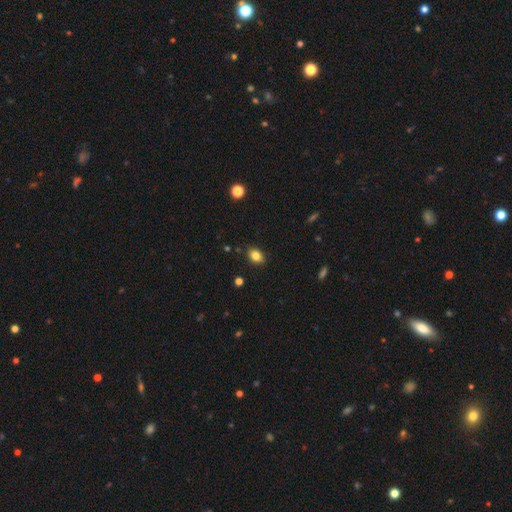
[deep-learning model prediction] A smooth galaxy with no disk features (83%) that is in between round and cigar-shaped (74%).

Vote fractions:
- Smooth or featured? smooth: 83% / star or artifact: 10% / featured or disk: 7%
- How rounded? in between: 74% / round: 24% / cigar-shaped: 2%
- Merging? none: 85% / minor disturbance: 12% / major disturbance: 2% / merger: 1%